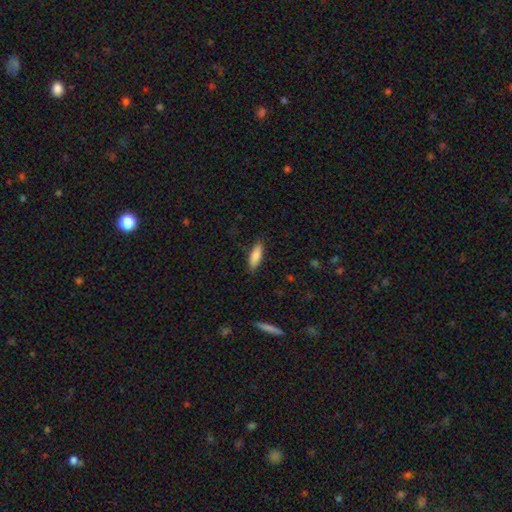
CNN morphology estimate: Q: Smooth or featured?
A: smooth (85%); runner-up: featured or disk (9%)
Q: How rounded?
A: in between (61%); runner-up: cigar-shaped (37%)
Q: Merging?
A: none (84%); runner-up: minor disturbance (12%)